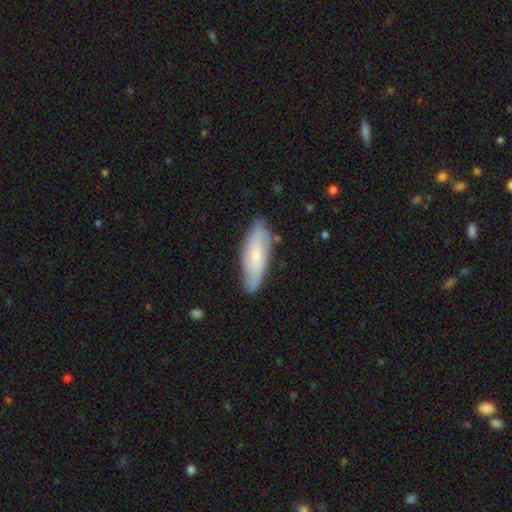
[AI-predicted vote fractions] Morphology: type=smooth (58%); roundness=in between (51%); merging=none (78%).